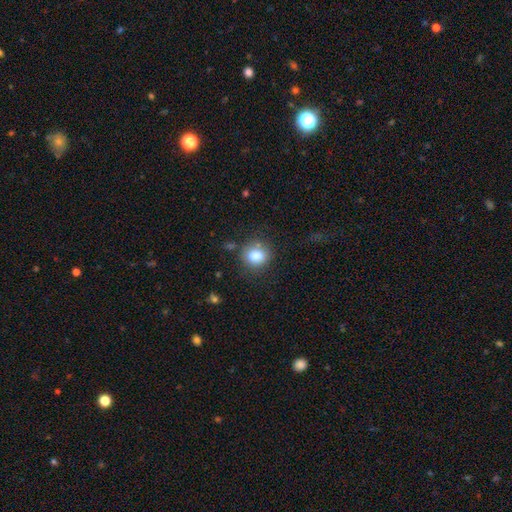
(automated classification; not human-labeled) This is clearly a smooth galaxy (83%). How rounded: likely round (70%). Merging: likely none (72%).